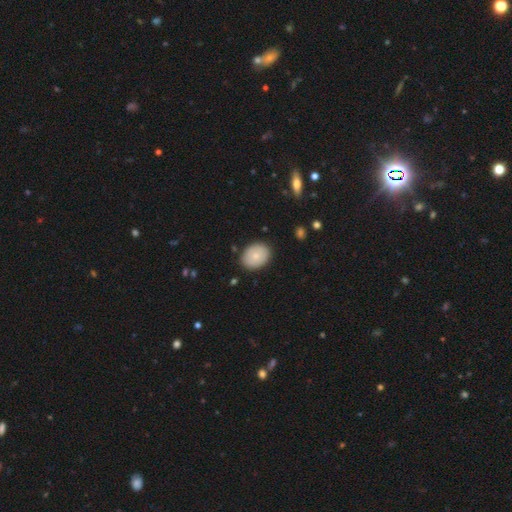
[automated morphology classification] smooth 80%, featured or disk 13%, star or artifact 7%. Down the decision tree: how rounded — in between (63%); merging — none (86%).